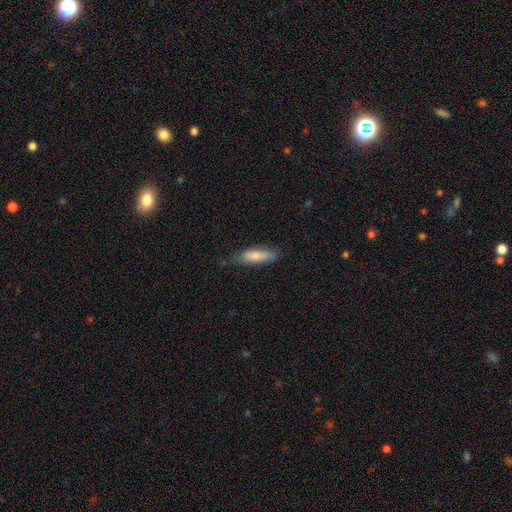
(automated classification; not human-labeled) A smooth galaxy with no disk features (77%) that is cigar-shaped (51%). Merging: none (67%).